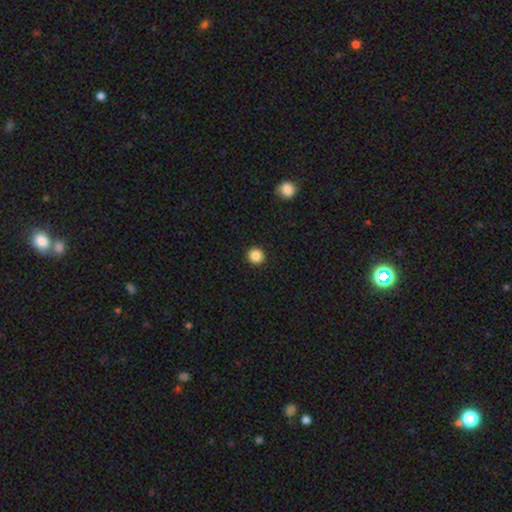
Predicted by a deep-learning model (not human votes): This is clearly a smooth galaxy (86%). How rounded: clearly round (94%). Merging: clearly none (93%).